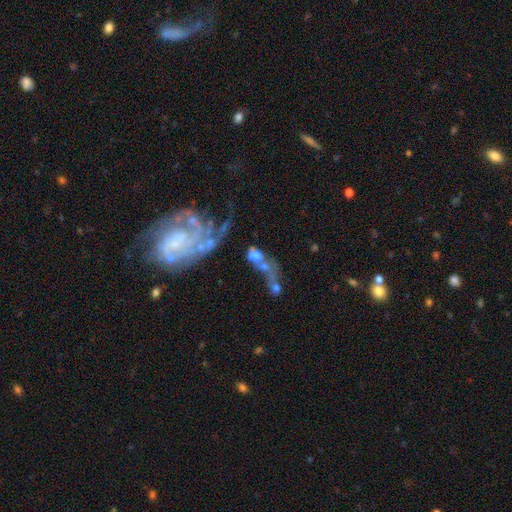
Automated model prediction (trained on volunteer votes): A featured or disk galaxy (53%).

Vote fractions:
- Smooth or featured? featured or disk: 53% / smooth: 33% / star or artifact: 14%
- Edge-on disk? no: 92% / yes: 8%
- Merging? merger: 48% / major disturbance: 26% / none: 16% / minor disturbance: 10%